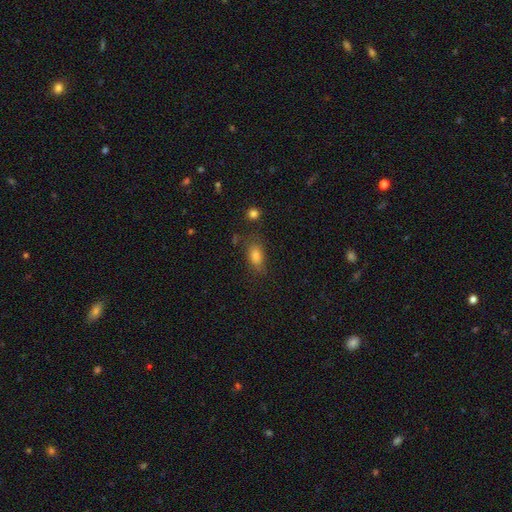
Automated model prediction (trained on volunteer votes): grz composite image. It shows a smooth galaxy with no disk features (78%) that is in between round and cigar-shaped (81%). Merging: none (73%).